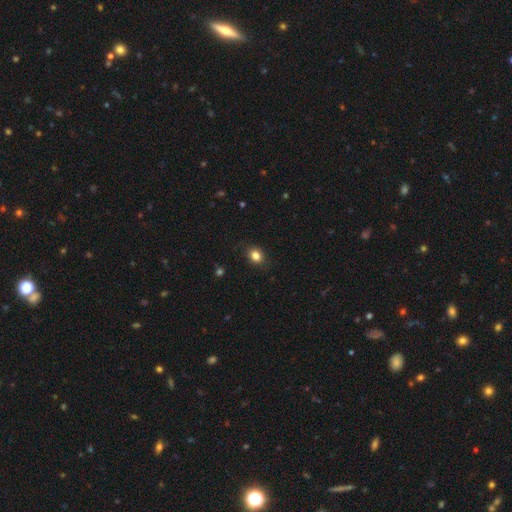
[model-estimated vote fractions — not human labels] This is clearly a smooth galaxy (83%). How rounded: possibly in between (52%). Merging: clearly none (85%).